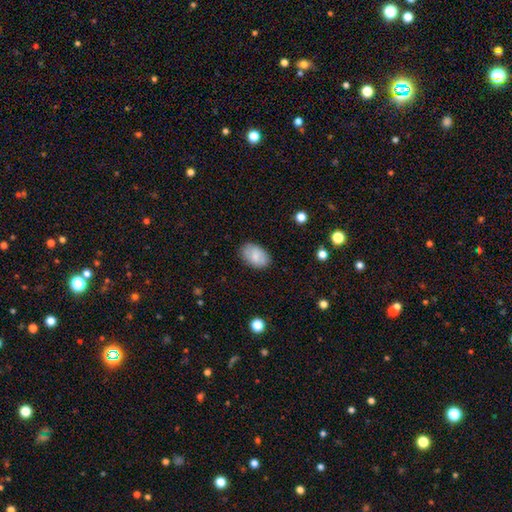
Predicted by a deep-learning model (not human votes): A smooth galaxy with no disk features (76%) that is in between round and cigar-shaped (91%). Merging: none (82%).